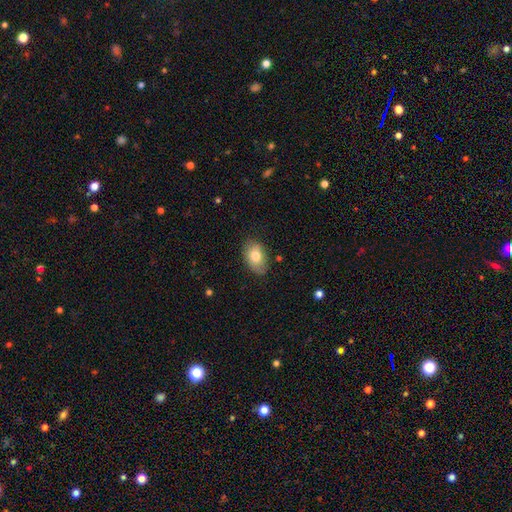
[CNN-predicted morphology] Q: Smooth or featured?
A: smooth (77%); runner-up: featured or disk (16%)
Q: How rounded?
A: in between (88%); runner-up: round (11%)
Q: Merging?
A: none (78%); runner-up: minor disturbance (17%)